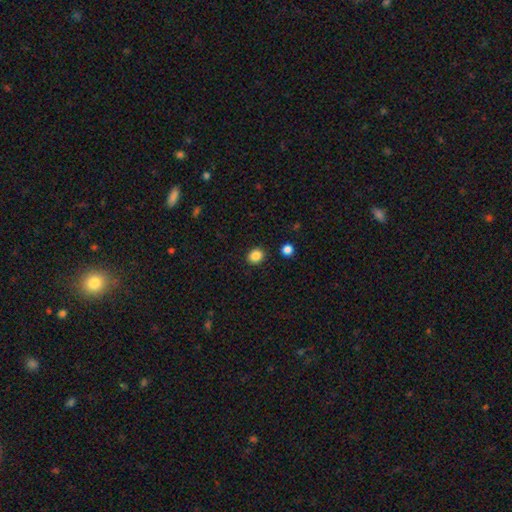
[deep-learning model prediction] This is clearly a smooth galaxy (86%). How rounded: likely round (65%). Merging: clearly none (89%).